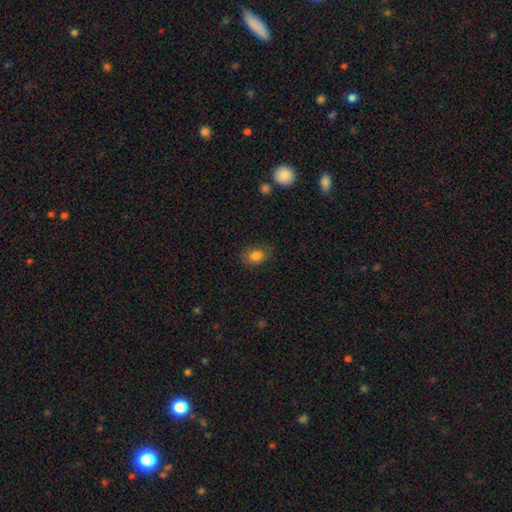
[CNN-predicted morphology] smooth_or_featured: smooth (p=0.82) [alt: star or artifact p=0.10]
how_rounded: in between (p=0.71) [alt: round p=0.27]
merging: none (p=0.74) [alt: minor disturbance p=0.19]